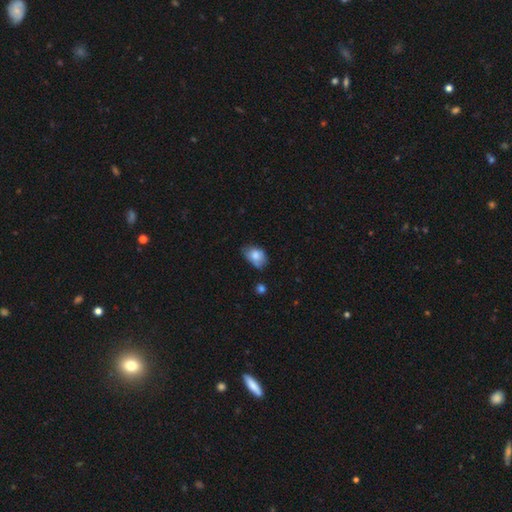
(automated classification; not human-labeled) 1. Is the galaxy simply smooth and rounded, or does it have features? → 78% smooth, 14% featured or disk, 8% star or artifact.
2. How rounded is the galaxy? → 78% in between, 21% round, 1% cigar-shaped.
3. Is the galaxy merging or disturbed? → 43% minor disturbance, 41% none, 11% major disturbance, 5% merger.